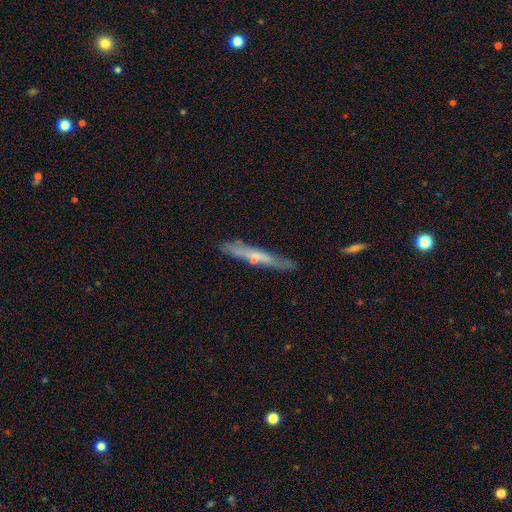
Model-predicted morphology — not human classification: featured or disk 48%, smooth 45%, star or artifact 7%. Down the decision tree: merging — none (75%).